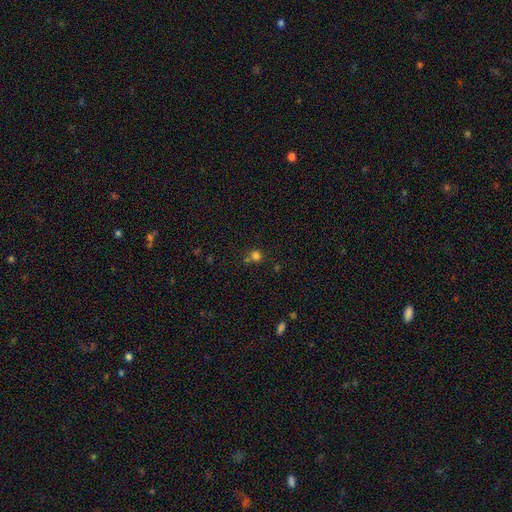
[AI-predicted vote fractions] This is likely a smooth galaxy (75%). How rounded: clearly round (87%). Merging: likely none (60%).